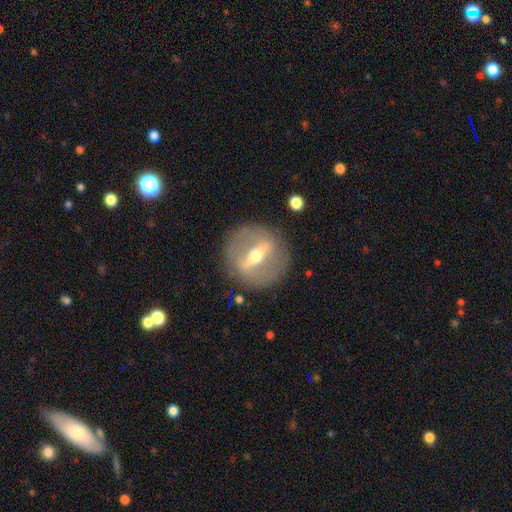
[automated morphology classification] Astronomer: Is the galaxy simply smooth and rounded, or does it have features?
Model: featured or disk — 78%.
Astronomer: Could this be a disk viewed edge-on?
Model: no — 68%.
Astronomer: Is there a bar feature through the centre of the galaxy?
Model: strong — 75%.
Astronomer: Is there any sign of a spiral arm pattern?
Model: no — 75%.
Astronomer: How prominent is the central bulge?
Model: moderate — 72%.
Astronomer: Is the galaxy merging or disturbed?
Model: none — 85%.